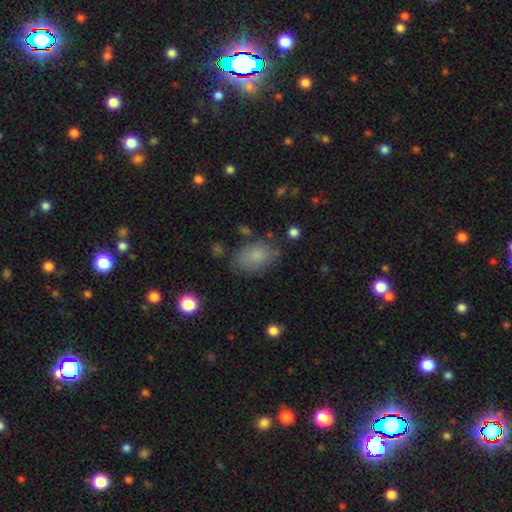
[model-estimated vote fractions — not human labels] smooth-or-featured: smooth: 81% | featured or disk: 10% | star or artifact: 9%
  how-rounded: in between: 86% | round: 13% | cigar-shaped: 1%
  merging: none: 72% | minor disturbance: 19% | major disturbance: 6% | merger: 3%